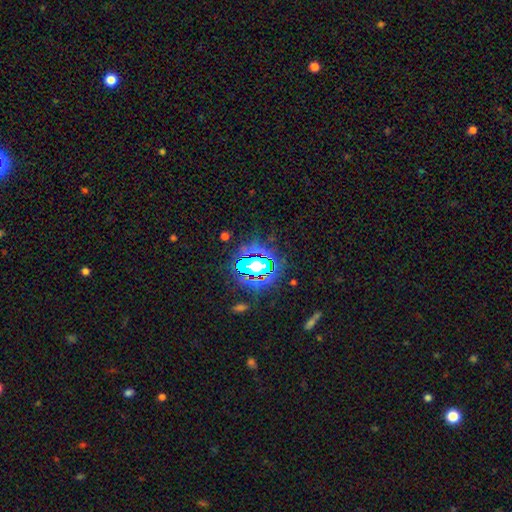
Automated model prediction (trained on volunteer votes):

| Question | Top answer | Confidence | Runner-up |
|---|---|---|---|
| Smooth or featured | star or artifact | 80% | smooth (12%) |